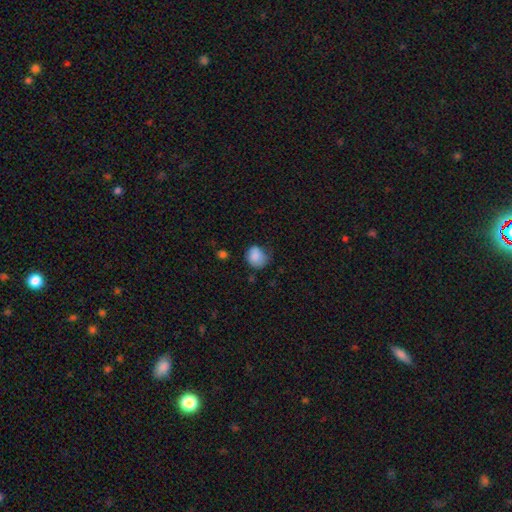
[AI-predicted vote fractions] Smooth or featured? smooth (84%)
How rounded? round (67%)
Merging? none (52%)